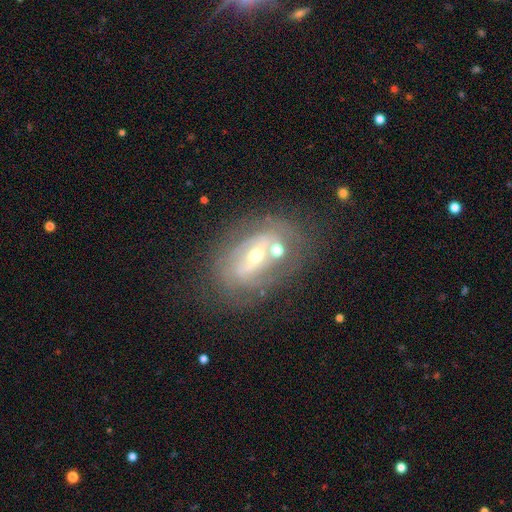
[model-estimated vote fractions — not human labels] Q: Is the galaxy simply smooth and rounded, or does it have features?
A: featured or disk — 73%.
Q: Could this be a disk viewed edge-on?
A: no — 87%.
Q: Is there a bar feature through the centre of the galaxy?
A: strong — 38%.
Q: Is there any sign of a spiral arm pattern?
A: no — 55%.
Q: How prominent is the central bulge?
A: moderate — 49%.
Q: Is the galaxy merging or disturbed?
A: none — 60%.